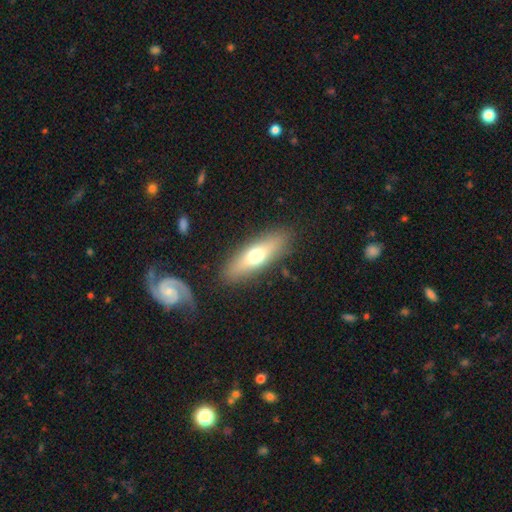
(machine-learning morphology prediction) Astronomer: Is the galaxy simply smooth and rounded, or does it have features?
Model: smooth — 59%.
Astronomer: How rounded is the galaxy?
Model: cigar-shaped — 49% (runner-up: in between, 48%).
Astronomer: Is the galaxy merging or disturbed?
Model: none — 87%.